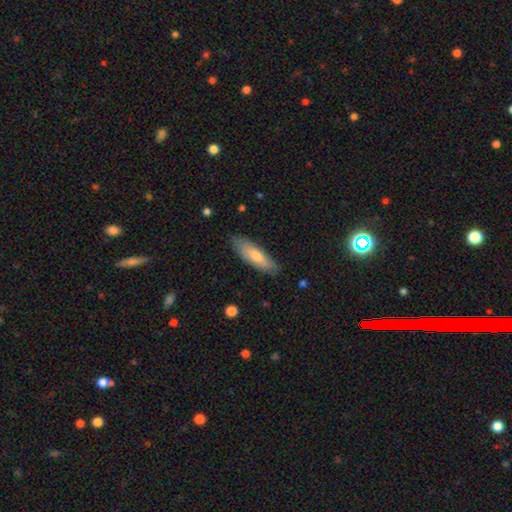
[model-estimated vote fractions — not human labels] Smooth or featured?
  - smooth: 69% *
  - featured or disk: 25%
  - star or artifact: 6%
How rounded?
  - cigar-shaped: 56% *
  - in between: 43%
  - round: 2%
Merging?
  - none: 83% *
  - minor disturbance: 14%
  - major disturbance: 2%
  - merger: 1%